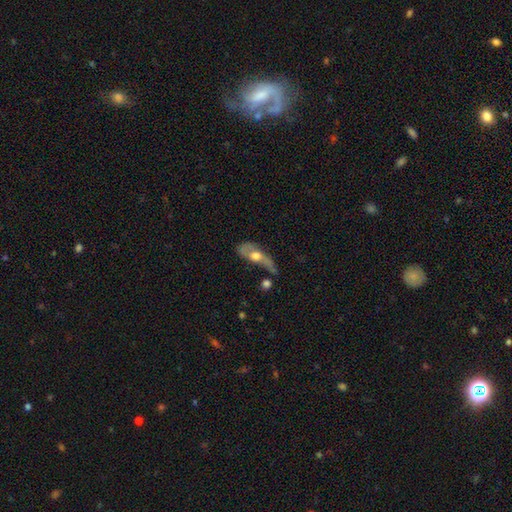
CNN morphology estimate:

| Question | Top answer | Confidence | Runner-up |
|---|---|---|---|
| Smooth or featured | featured or disk | 54% | smooth (38%) |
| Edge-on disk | no | 68% | yes (32%) |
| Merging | major disturbance | 36% | none (26%) |